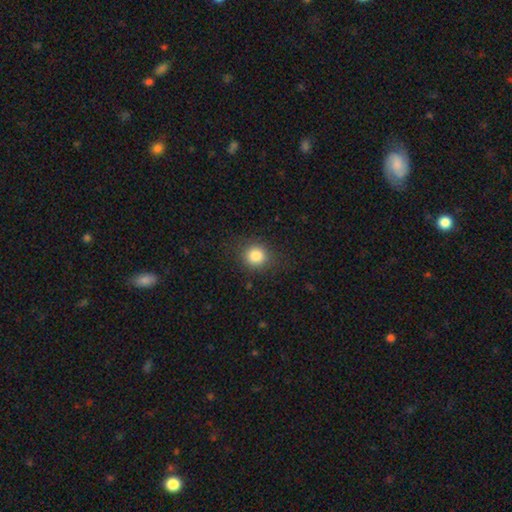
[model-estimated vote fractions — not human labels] This is clearly a smooth galaxy (84%). How rounded: clearly round (85%). Merging: clearly none (85%).